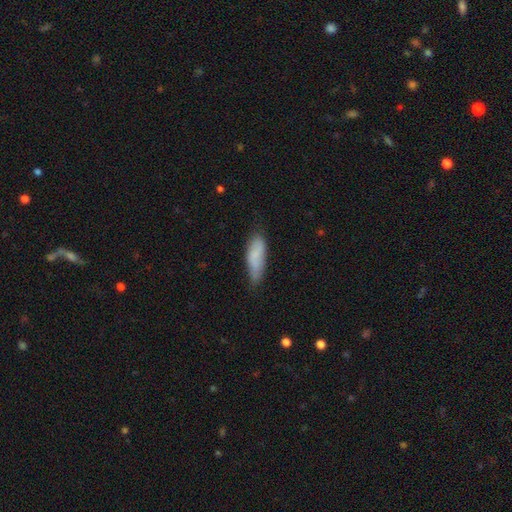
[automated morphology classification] Smooth or featured: smooth — 79% (featured or disk — 14%)
How rounded: in between — 60% (cigar-shaped — 38%)
Merging: none — 58% (minor disturbance — 33%)